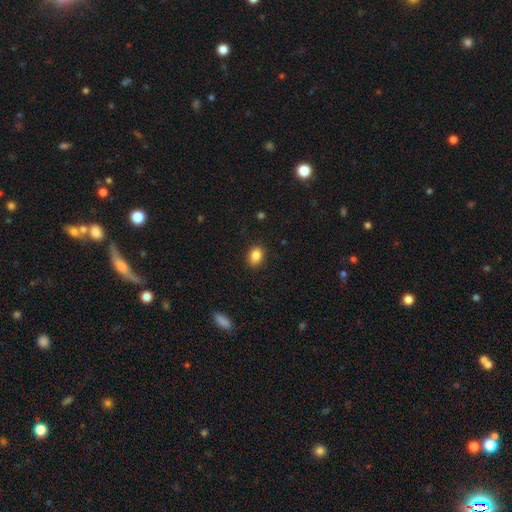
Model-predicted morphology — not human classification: type=smooth (85%); roundness=in between (68%); merging=none (89%).